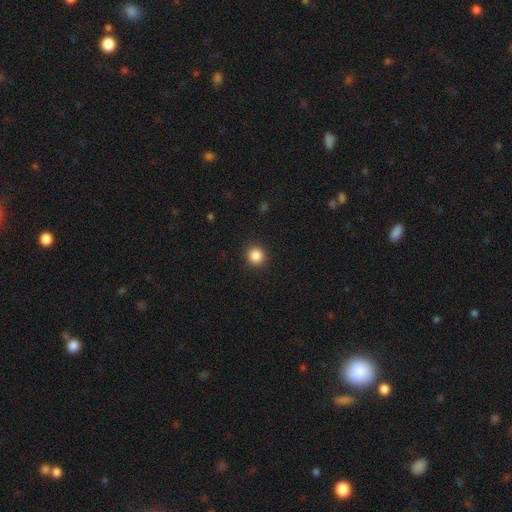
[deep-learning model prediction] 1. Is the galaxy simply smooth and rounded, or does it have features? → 87% smooth, 10% star or artifact, 3% featured or disk.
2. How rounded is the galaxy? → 89% round, 10% in between, 1% cigar-shaped.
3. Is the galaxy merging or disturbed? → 92% none, 5% minor disturbance, 2% major disturbance, 1% merger.